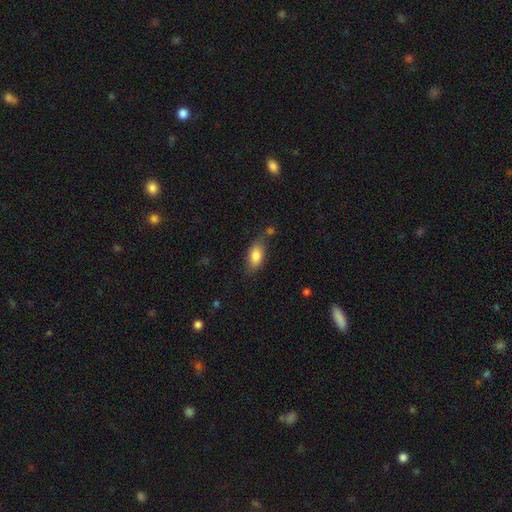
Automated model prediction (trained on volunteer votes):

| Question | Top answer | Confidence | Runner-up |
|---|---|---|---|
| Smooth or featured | smooth | 81% | featured or disk (11%) |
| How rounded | in between | 87% | cigar-shaped (8%) |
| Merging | none | 65% | minor disturbance (20%) |